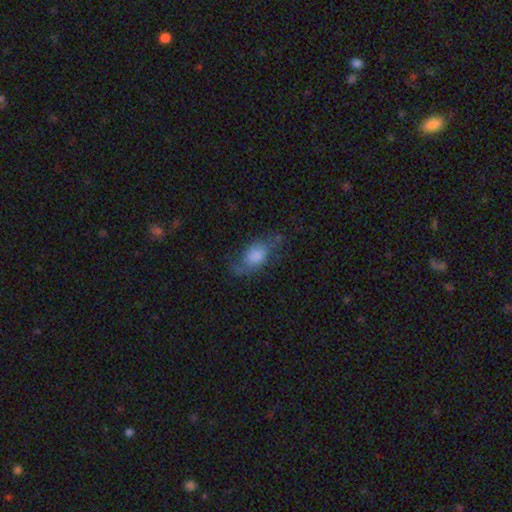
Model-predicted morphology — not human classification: This appears to be a smooth galaxy with no disk features (52%) that is in between round and cigar-shaped (77%). Merging: none (53%).